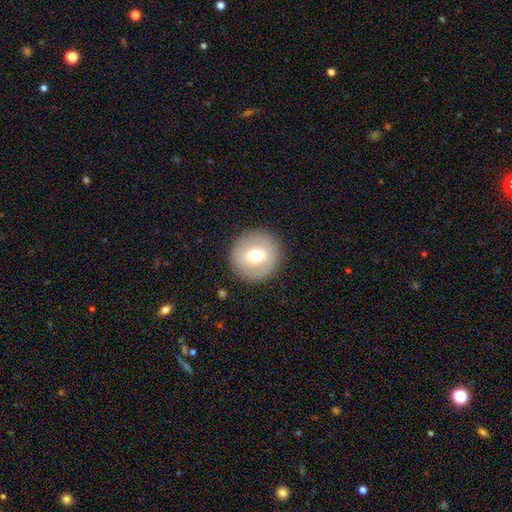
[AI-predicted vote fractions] This is likely a smooth galaxy (65%). How rounded: clearly round (95%). Merging: clearly none (90%).